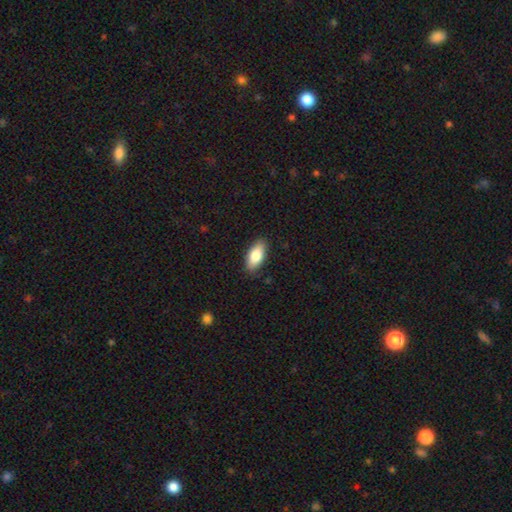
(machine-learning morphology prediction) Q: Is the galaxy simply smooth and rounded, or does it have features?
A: smooth — 81%.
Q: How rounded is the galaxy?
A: in between — 86%.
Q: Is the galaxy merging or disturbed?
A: none — 87%.